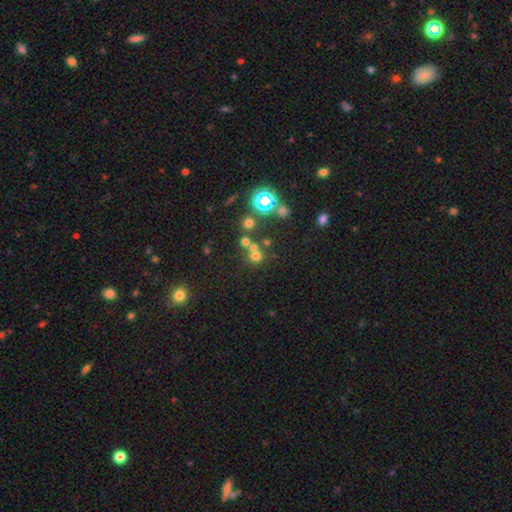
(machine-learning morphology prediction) smooth-or-featured: smooth: 56% | star or artifact: 31% | featured or disk: 12%
  how-rounded: round: 87% | in between: 12% | cigar-shaped: 1%
  merging: none: 55% | merger: 32% | minor disturbance: 8% | major disturbance: 5%